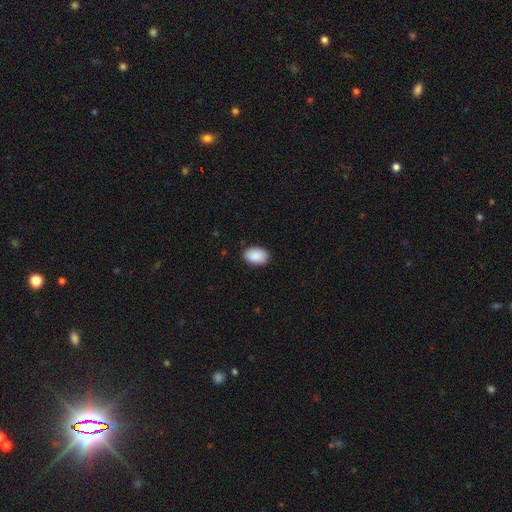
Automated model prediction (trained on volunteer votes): This appears to be a smooth galaxy with no disk features (91%) that is in between round and cigar-shaped (89%). Merging: none (87%).